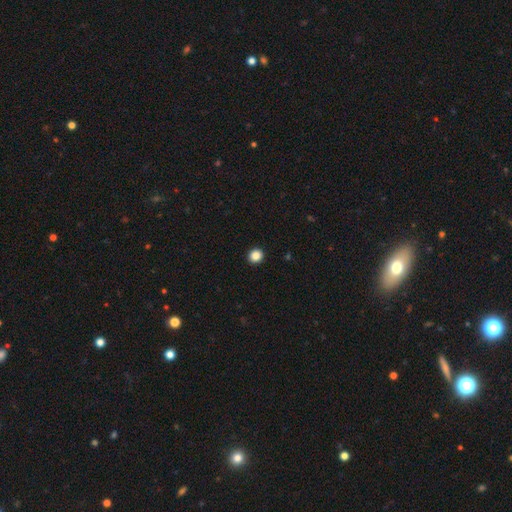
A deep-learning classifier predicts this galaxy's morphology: smooth-or-featured: smooth: 86% | star or artifact: 10% | featured or disk: 3%
  how-rounded: round: 88% | in between: 11% | cigar-shaped: 1%
  merging: none: 94% | minor disturbance: 4% | major disturbance: 1% | merger: 1%